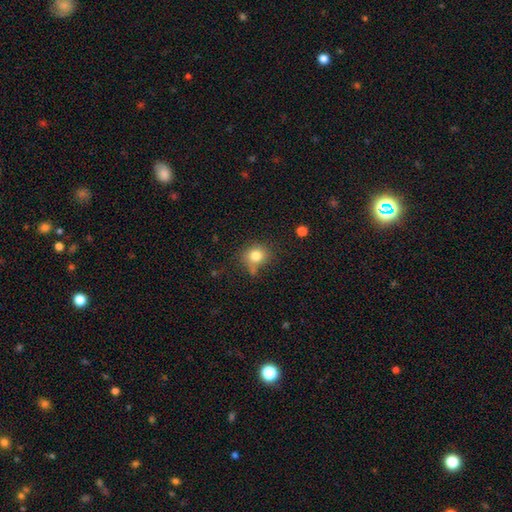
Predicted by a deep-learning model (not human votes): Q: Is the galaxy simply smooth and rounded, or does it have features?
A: smooth — 79%.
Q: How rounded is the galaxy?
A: round — 78%.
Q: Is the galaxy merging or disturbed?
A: none — 65%.